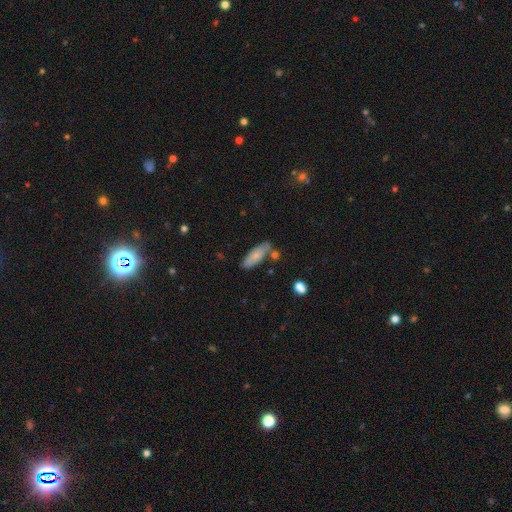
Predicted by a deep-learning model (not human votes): smooth 76%, featured or disk 18%, star or artifact 7%. Down the decision tree: how rounded — in between (60%); merging — none (72%).